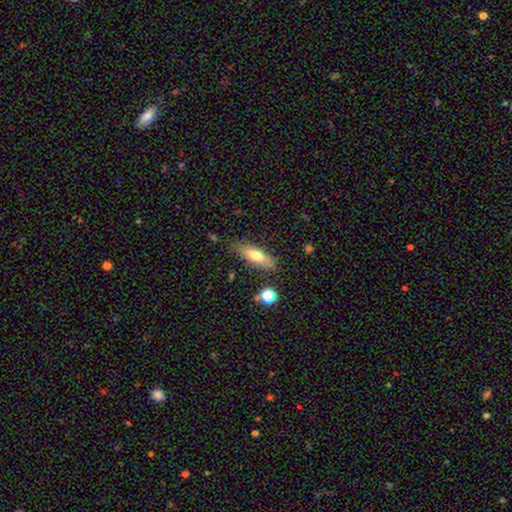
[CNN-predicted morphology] This is likely a smooth galaxy (68%). How rounded: possibly in between (51%). Merging: likely none (80%).